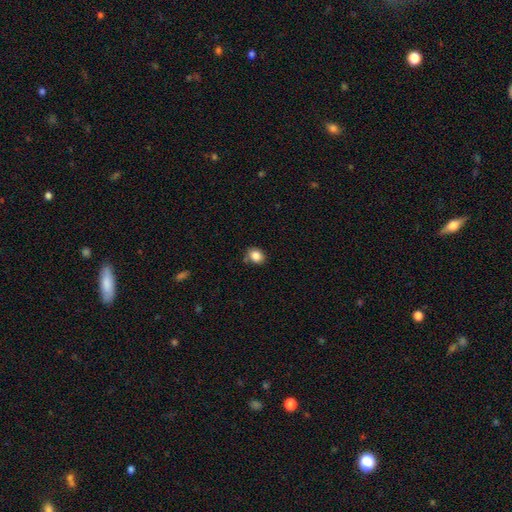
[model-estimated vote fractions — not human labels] Morphology: type=smooth (85%); roundness=round (61%); merging=none (74%).